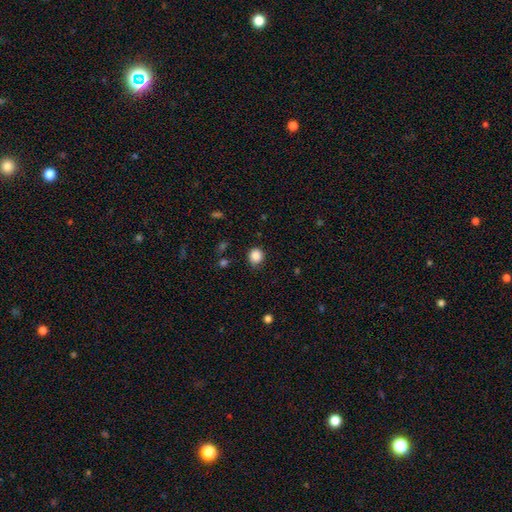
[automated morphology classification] smooth-or-featured: smooth: 87% | star or artifact: 10% | featured or disk: 3%
  how-rounded: round: 80% | in between: 19% | cigar-shaped: 1%
  merging: none: 81% | minor disturbance: 14% | major disturbance: 4% | merger: 2%